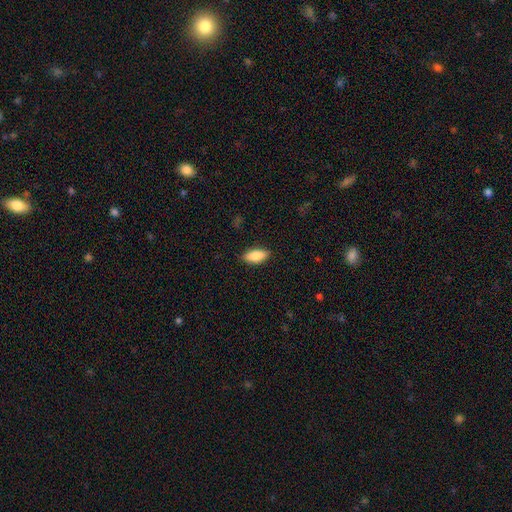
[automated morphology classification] Smooth or featured? smooth (86%)
How rounded? in between (87%)
Merging? none (88%)